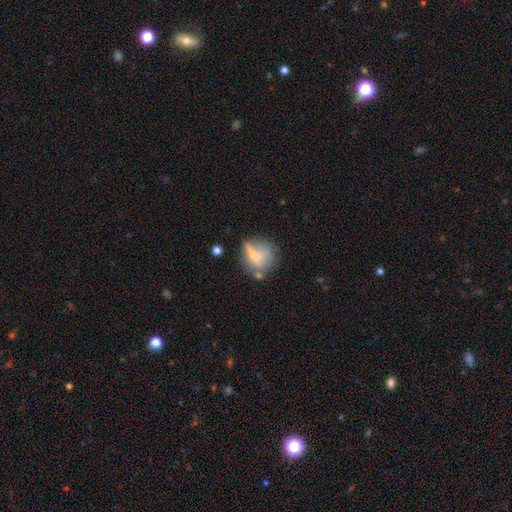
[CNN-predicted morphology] smooth 58%, featured or disk 31%, star or artifact 12%. Down the decision tree: how rounded — round (70%); merging — none (43%).